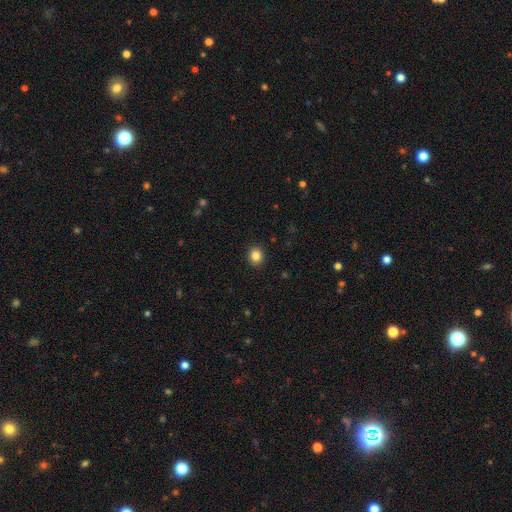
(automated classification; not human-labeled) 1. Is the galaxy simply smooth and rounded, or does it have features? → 85% smooth, 11% star or artifact, 5% featured or disk.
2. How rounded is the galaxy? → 77% round, 22% in between, 1% cigar-shaped.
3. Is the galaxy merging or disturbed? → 92% none, 6% minor disturbance, 2% major disturbance, 1% merger.